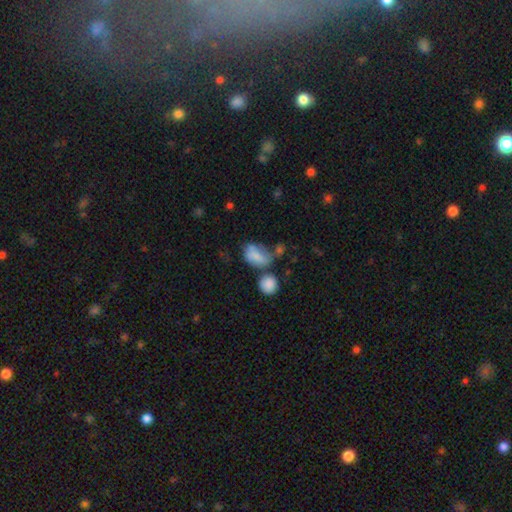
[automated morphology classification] type=smooth (72%); roundness=in between (80%); merging=merger (30%).